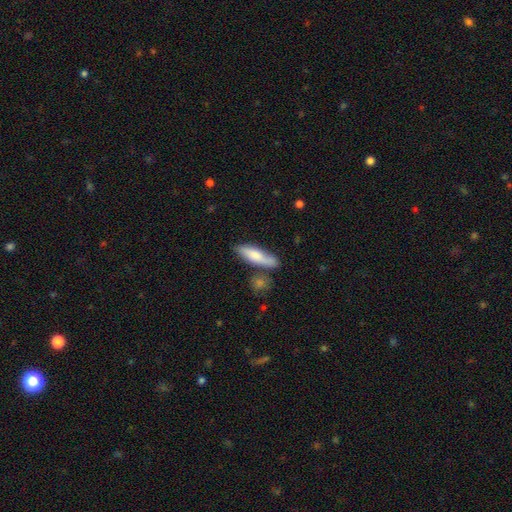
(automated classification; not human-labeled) A smooth galaxy with no disk features (73%) that is cigar-shaped (60%). Merging: none (68%).